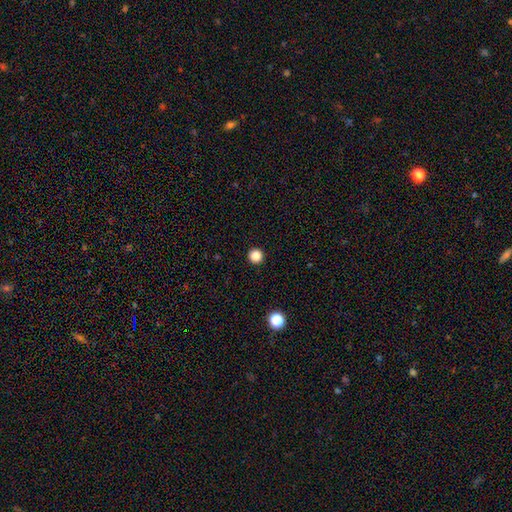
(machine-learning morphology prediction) type=smooth (85%); roundness=round (96%); merging=none (94%).